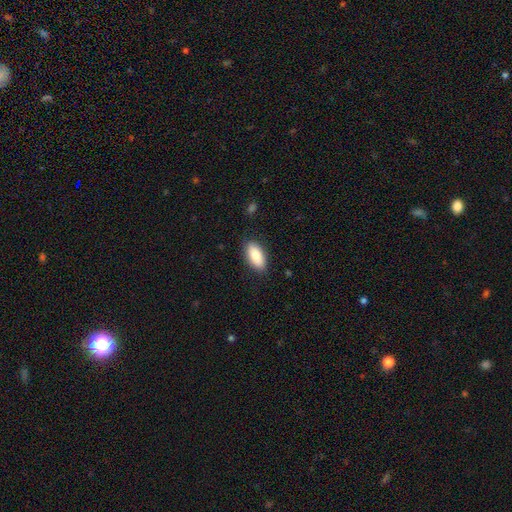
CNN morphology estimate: smooth-or-featured: smooth: 86% | featured or disk: 8% | star or artifact: 6%
  how-rounded: in between: 88% | cigar-shaped: 9% | round: 2%
  merging: none: 86% | minor disturbance: 10% | major disturbance: 2% | merger: 1%